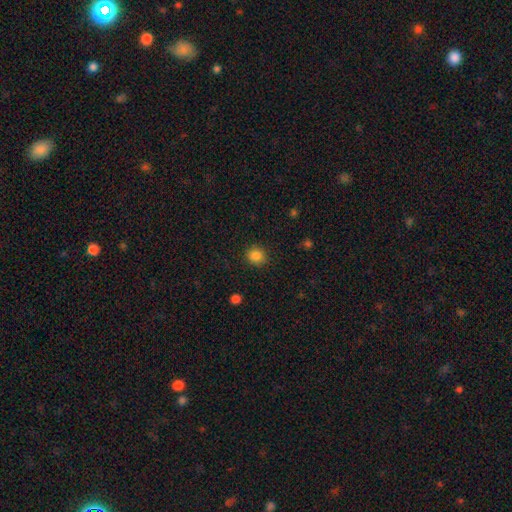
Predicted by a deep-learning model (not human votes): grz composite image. It shows a smooth galaxy with no disk features (85%) that is round (81%). Merging: none (89%).